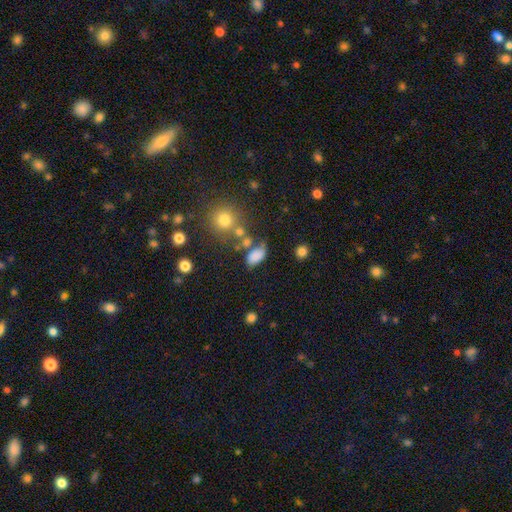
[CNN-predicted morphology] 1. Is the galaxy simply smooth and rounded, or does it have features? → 75% smooth, 13% star or artifact, 11% featured or disk.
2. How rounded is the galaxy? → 88% in between, 9% round, 3% cigar-shaped.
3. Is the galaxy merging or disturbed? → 48% none, 23% minor disturbance, 17% merger, 13% major disturbance.